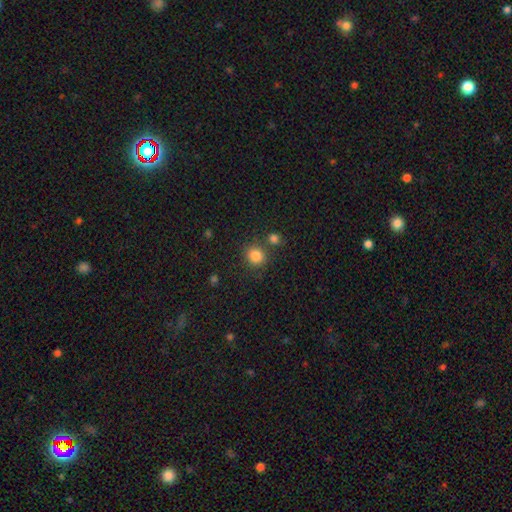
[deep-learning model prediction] Smooth or featured?
  - smooth: 84% *
  - star or artifact: 12%
  - featured or disk: 5%
How rounded?
  - round: 83% *
  - in between: 16%
  - cigar-shaped: 1%
Merging?
  - none: 76% *
  - merger: 12%
  - minor disturbance: 9%
  - major disturbance: 3%